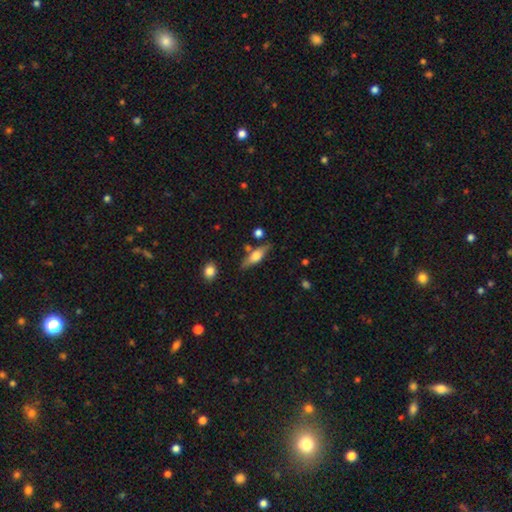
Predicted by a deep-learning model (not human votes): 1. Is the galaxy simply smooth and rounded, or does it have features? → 51% smooth, 42% featured or disk, 7% star or artifact.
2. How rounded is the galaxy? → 49% cigar-shaped, 48% in between, 4% round.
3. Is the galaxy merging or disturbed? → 75% none, 15% minor disturbance, 7% merger, 4% major disturbance.